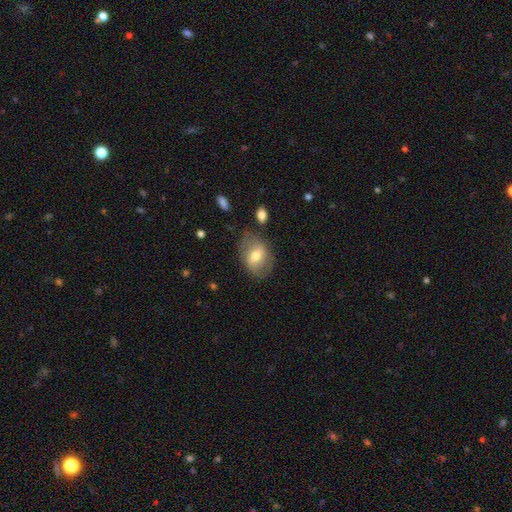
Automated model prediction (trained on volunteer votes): Smooth or featured? smooth (54%)
How rounded? in between (73%)
Merging? none (67%)